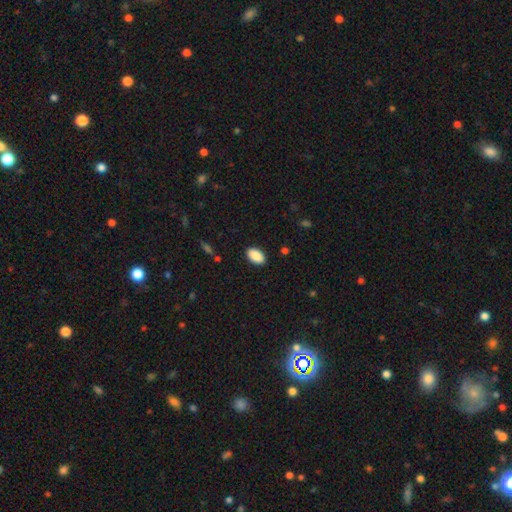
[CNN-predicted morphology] smooth-or-featured: smooth: 89% | star or artifact: 7% | featured or disk: 4%
  how-rounded: in between: 94% | round: 4% | cigar-shaped: 2%
  merging: none: 89% | minor disturbance: 8% | major disturbance: 2% | merger: 1%